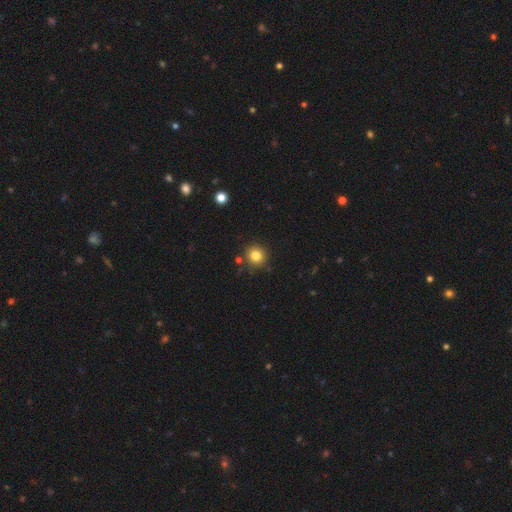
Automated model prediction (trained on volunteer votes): The model was most divided on "smooth or featured": smooth: 82%, star or artifact: 12%, featured or disk: 6%. More confident: how rounded — round (92%); merging — none (85%).